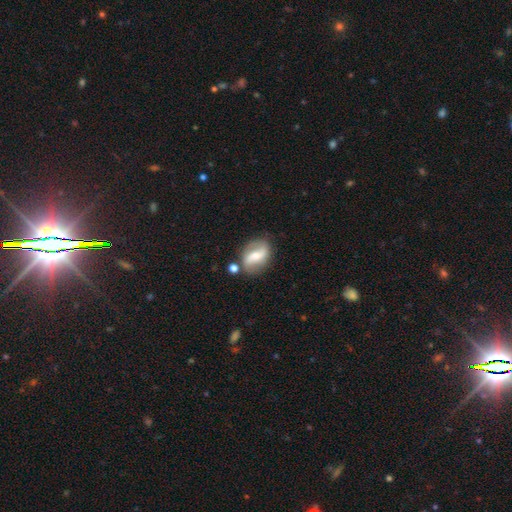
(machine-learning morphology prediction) smooth_or_featured: featured or disk (p=0.68) [alt: smooth p=0.26]
disk_edge_on: no (p=0.94) [alt: yes p=0.06]
bar: strong (p=0.45) [alt: weak p=0.32]
has_spiral_arms: yes (p=0.78) [alt: no p=0.22]
bulge_size: moderate (p=0.53) [alt: small p=0.40]
merging: none (p=0.72) [alt: minor disturbance p=0.16]